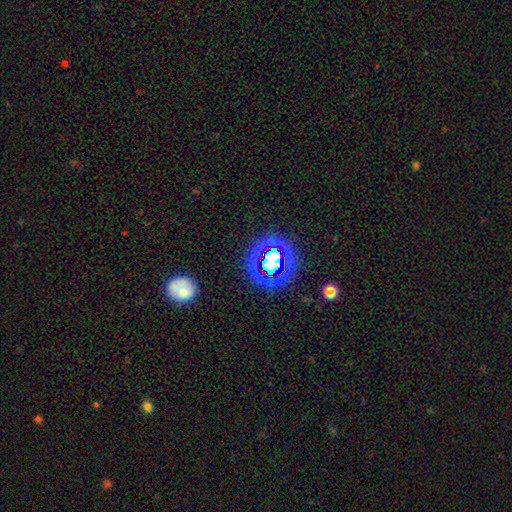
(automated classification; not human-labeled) This appears to be a star or artifact, not a galaxy (69%).